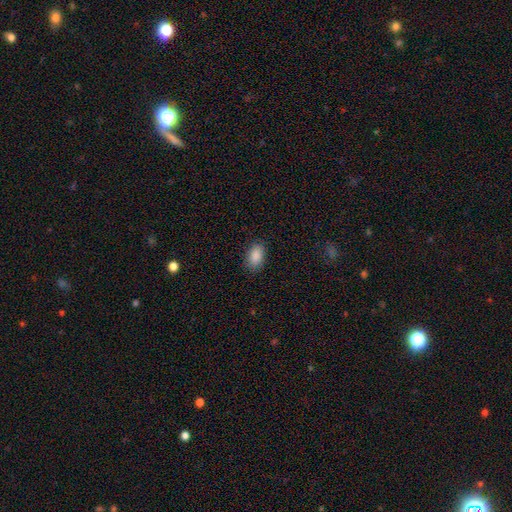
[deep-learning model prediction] A smooth galaxy with no disk features (89%) that is in between round and cigar-shaped (92%). Merging: none (85%).